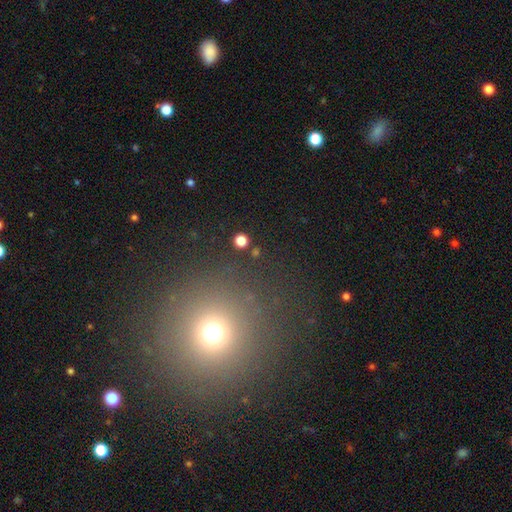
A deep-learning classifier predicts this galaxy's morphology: type=smooth (56%); roundness=round (93%); merging=none (86%).